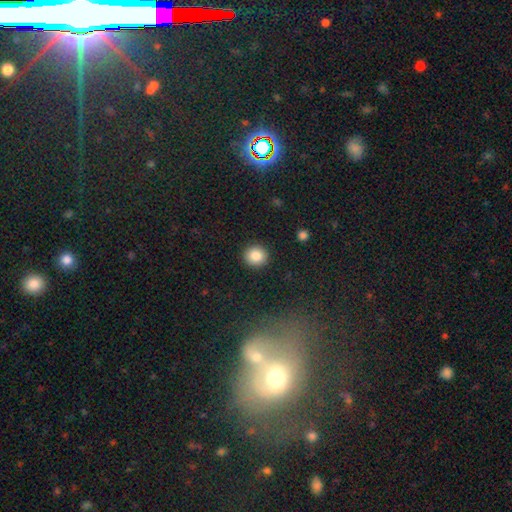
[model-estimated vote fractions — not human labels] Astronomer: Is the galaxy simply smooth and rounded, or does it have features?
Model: smooth — 86%.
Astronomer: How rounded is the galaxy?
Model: round — 91%.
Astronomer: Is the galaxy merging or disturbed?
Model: none — 92%.